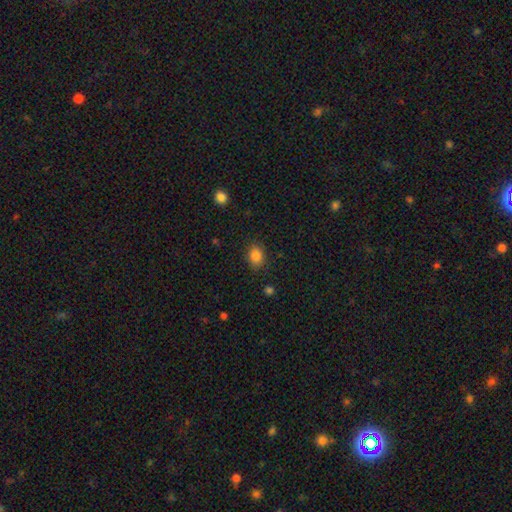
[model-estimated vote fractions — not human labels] Overall: smooth (85%). How rounded: in between (63%; round 36%). Merging: none (83%).